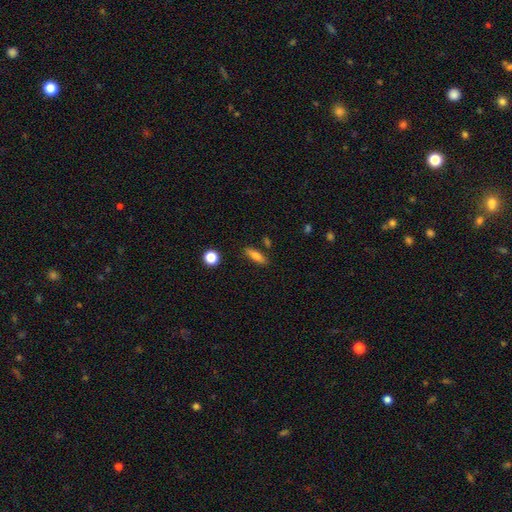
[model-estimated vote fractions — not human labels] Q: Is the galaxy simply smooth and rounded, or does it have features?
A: smooth — 78%.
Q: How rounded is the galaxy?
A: cigar-shaped — 53%.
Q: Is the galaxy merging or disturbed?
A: none — 85%.